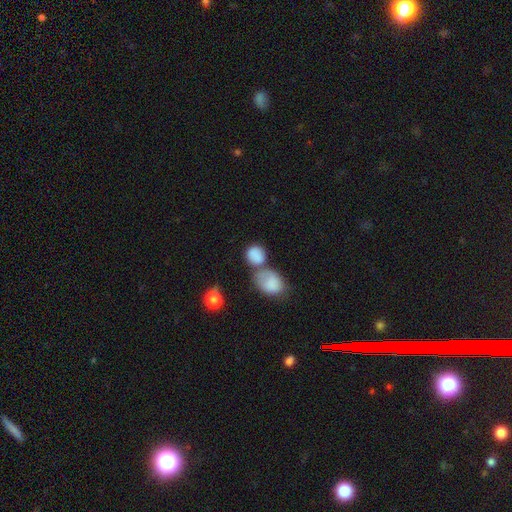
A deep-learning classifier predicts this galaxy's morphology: A smooth galaxy with no disk features (84%) that is round (62%). Merging: none (40%, tied with merger).